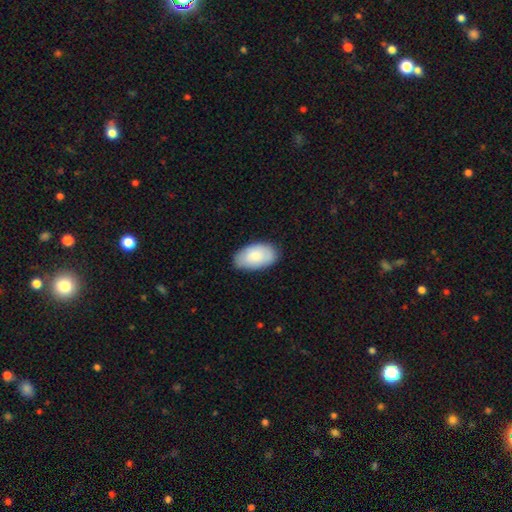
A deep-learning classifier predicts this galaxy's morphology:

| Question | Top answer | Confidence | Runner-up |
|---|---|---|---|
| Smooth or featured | smooth | 82% | featured or disk (13%) |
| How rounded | in between | 95% | round (3%) |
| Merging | none | 83% | minor disturbance (14%) |